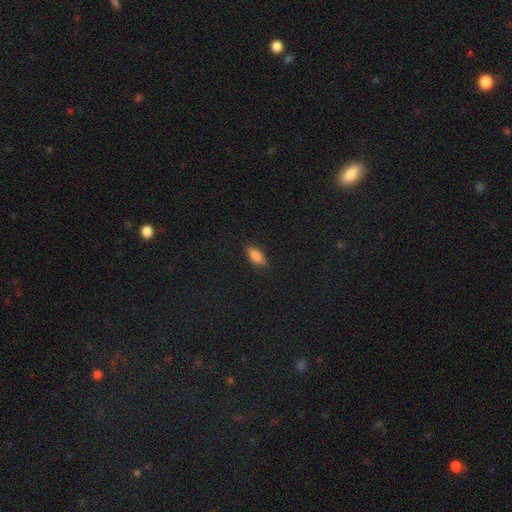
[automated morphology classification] This appears to be a smooth galaxy with no disk features (79%) that is in between round and cigar-shaped (79%). Merging: none (85%).